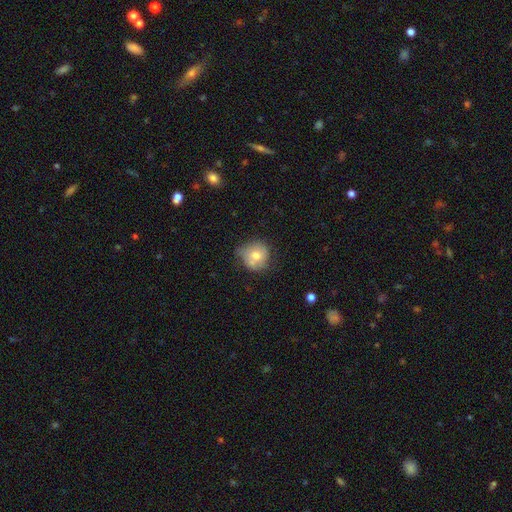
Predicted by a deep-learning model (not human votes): smooth 68%, featured or disk 23%, star or artifact 9%. Down the decision tree: how rounded — round (85%); merging — none (51%).